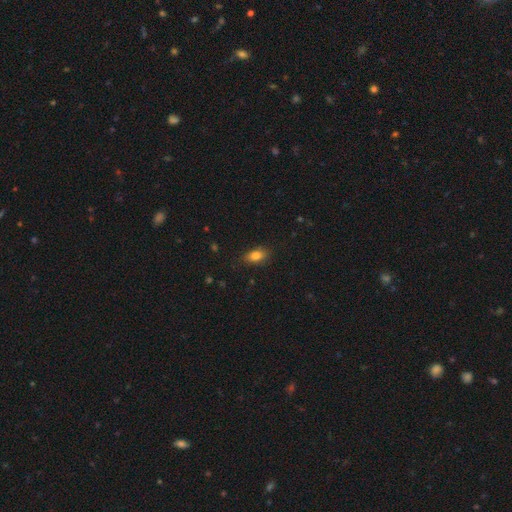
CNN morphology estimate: The model was most divided on "merging": none: 84%, minor disturbance: 12%, major disturbance: 3%, merger: 1%. More confident: how rounded — in between (87%); smooth or featured — smooth (84%).